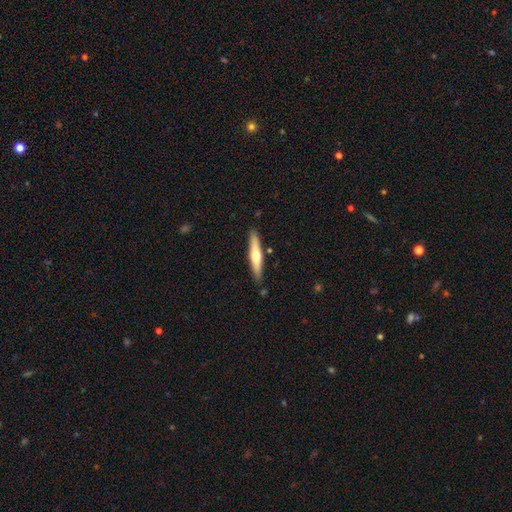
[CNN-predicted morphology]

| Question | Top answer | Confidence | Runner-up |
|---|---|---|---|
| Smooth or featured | featured or disk | 48% | smooth (47%) |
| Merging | none | 86% | minor disturbance (9%) |